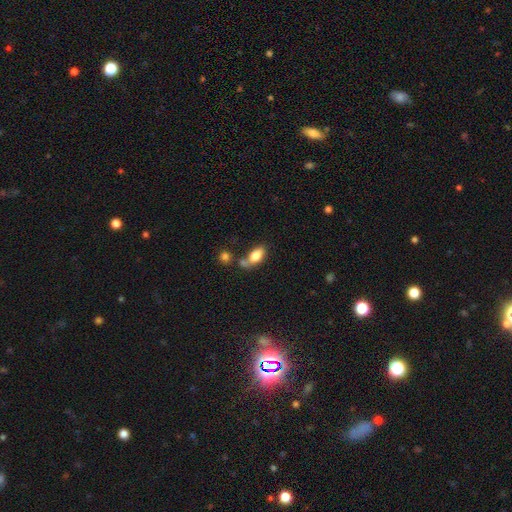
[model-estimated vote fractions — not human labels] Smooth or featured: smooth — 79% (featured or disk — 13%)
How rounded: in between — 88% (cigar-shaped — 7%)
Merging: none — 47% (merger — 29%)